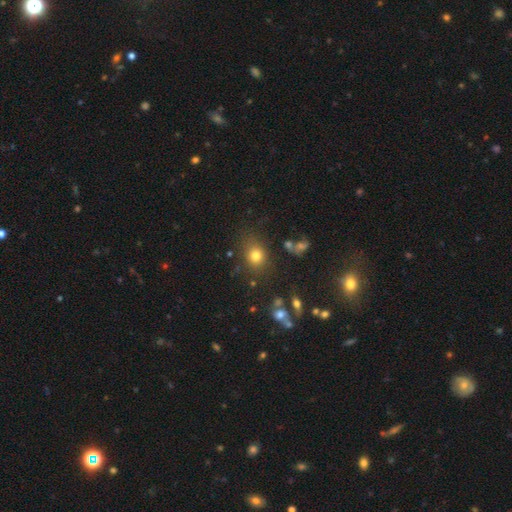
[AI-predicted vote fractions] smooth-or-featured: smooth: 76% | star or artifact: 16% | featured or disk: 9%
  how-rounded: round: 66% | in between: 33% | cigar-shaped: 1%
  merging: none: 76% | minor disturbance: 14% | major disturbance: 6% | merger: 5%